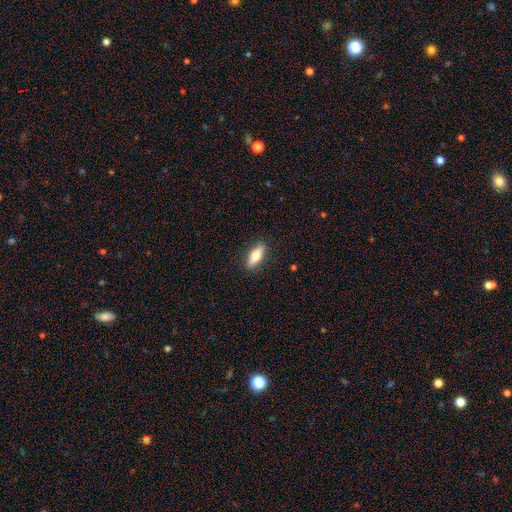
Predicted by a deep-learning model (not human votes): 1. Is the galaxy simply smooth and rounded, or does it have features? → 71% smooth, 22% featured or disk, 6% star or artifact.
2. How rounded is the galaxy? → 64% in between, 33% cigar-shaped, 3% round.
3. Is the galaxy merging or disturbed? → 88% none, 9% minor disturbance, 2% major disturbance, 1% merger.